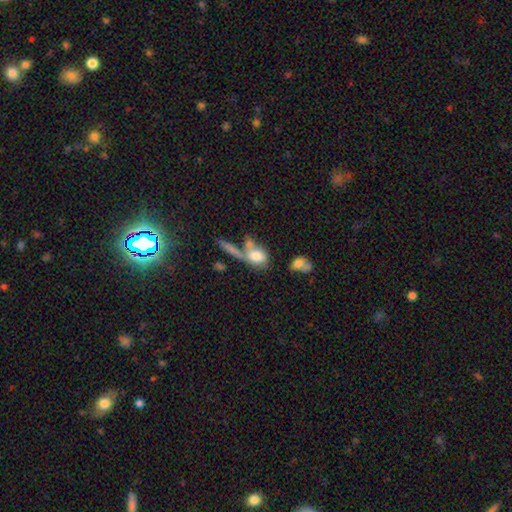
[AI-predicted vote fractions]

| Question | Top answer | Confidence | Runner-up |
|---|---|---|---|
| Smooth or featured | smooth | 72% | featured or disk (19%) |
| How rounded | in between | 68% | round (24%) |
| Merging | merger | 42% | none (34%) |